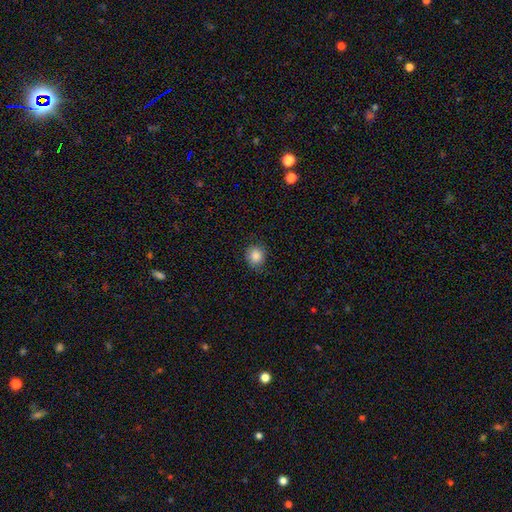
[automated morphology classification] Q: Smooth or featured?
A: smooth (85%); runner-up: star or artifact (9%)
Q: How rounded?
A: round (80%); runner-up: in between (19%)
Q: Merging?
A: none (79%); runner-up: minor disturbance (16%)